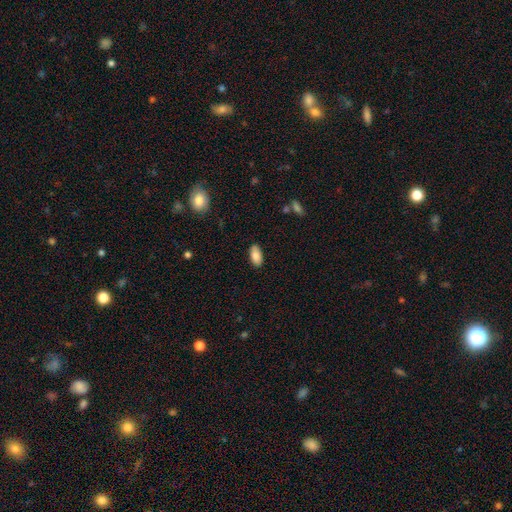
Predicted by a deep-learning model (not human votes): The model was most divided on "merging": none: 86%, minor disturbance: 11%, major disturbance: 2%, merger: 1%. More confident: how rounded — in between (93%); smooth or featured — smooth (86%).